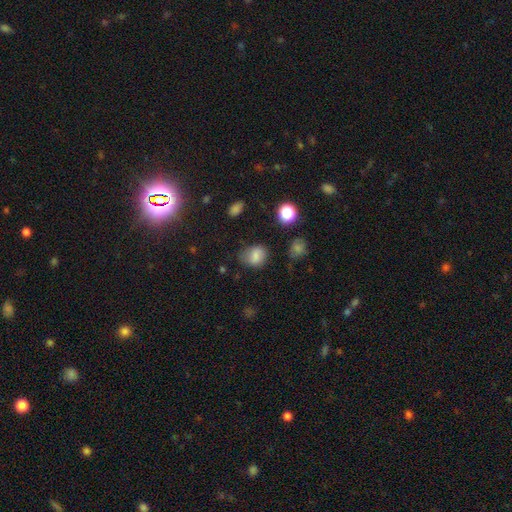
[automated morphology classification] smooth-or-featured: smooth: 76% | star or artifact: 13% | featured or disk: 11%
  how-rounded: in between: 53% | round: 46% | cigar-shaped: 1%
  merging: none: 65% | minor disturbance: 24% | major disturbance: 8% | merger: 3%